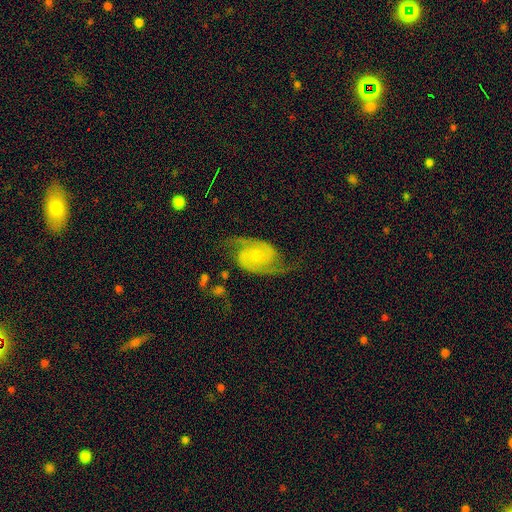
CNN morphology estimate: smooth_or_featured: featured or disk (p=0.90) [alt: star or artifact p=0.05]
disk_edge_on: no (p=0.97) [alt: yes p=0.03]
bar: no (p=0.65) [alt: weak p=0.29]
has_spiral_arms: yes (p=0.98) [alt: no p=0.02]
spiral_winding: medium (p=0.52) [alt: tight p=0.26]
spiral_arm_count: 2 (p=0.93) [alt: can't tell p=0.02]
bulge_size: small (p=0.52) [alt: moderate p=0.38]
merging: none (p=0.75) [alt: minor disturbance p=0.15]